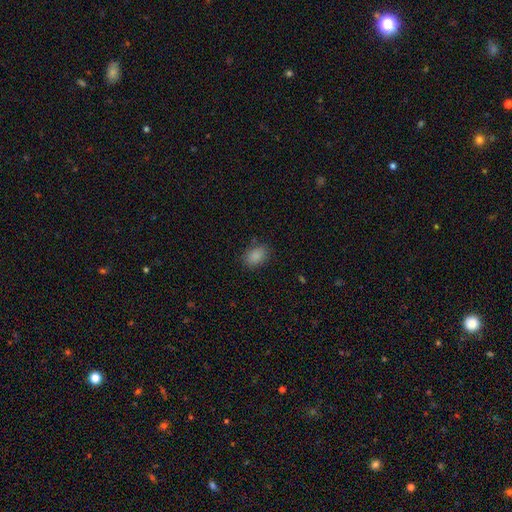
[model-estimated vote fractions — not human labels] Overall: smooth (87%). How rounded: in between (80%). Merging: none (83%).